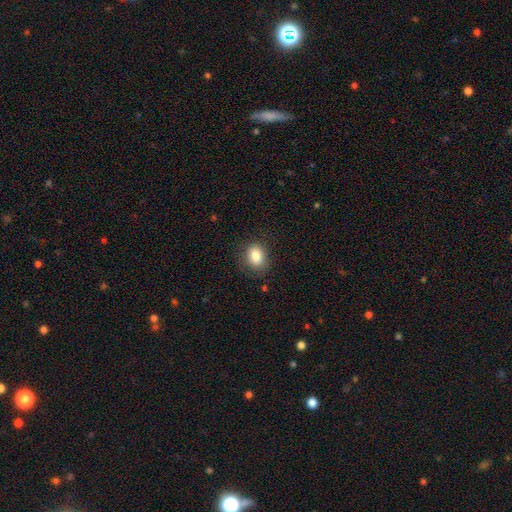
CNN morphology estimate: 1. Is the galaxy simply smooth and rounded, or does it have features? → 83% smooth, 9% star or artifact, 7% featured or disk.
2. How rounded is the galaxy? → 62% in between, 37% round, 1% cigar-shaped.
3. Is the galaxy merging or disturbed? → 80% none, 15% minor disturbance, 4% major disturbance, 1% merger.